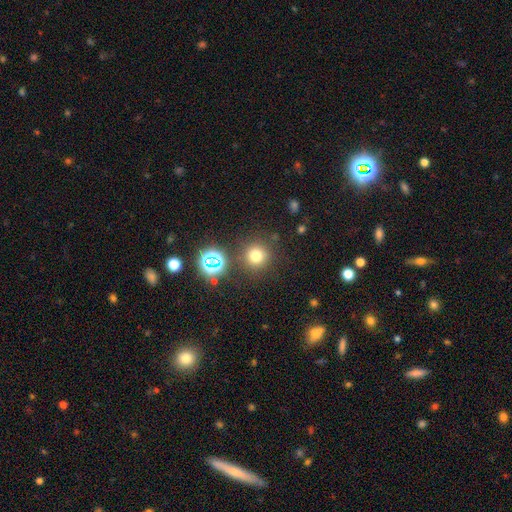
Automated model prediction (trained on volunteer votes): smooth 70%, star or artifact 22%, featured or disk 7%. Down the decision tree: how rounded — round (94%); merging — none (83%).